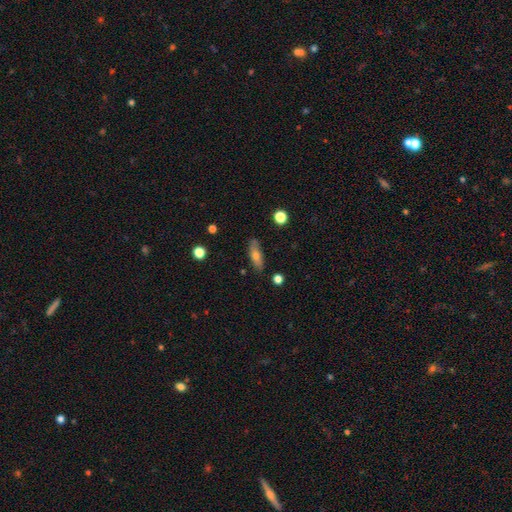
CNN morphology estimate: smooth_or_featured: smooth (p=0.64) [alt: featured or disk p=0.28]
how_rounded: in between (p=0.53) [alt: cigar-shaped p=0.43]
merging: none (p=0.82) [alt: minor disturbance p=0.14]